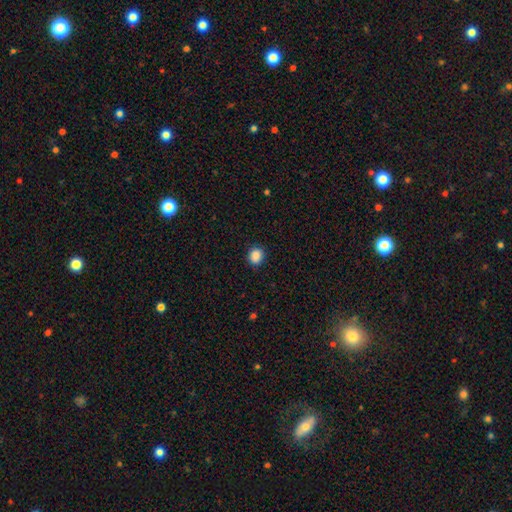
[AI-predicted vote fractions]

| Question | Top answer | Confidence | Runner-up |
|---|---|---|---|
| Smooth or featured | smooth | 88% | star or artifact (9%) |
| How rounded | round | 72% | in between (27%) |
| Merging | none | 88% | minor disturbance (9%) |